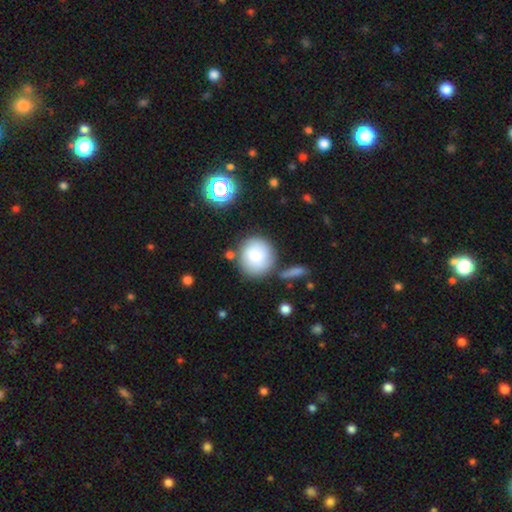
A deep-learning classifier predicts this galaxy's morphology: Smooth or featured? Predicted: smooth (p=0.74). How rounded? Predicted: round (p=0.90). Merging? Predicted: none (p=0.71).